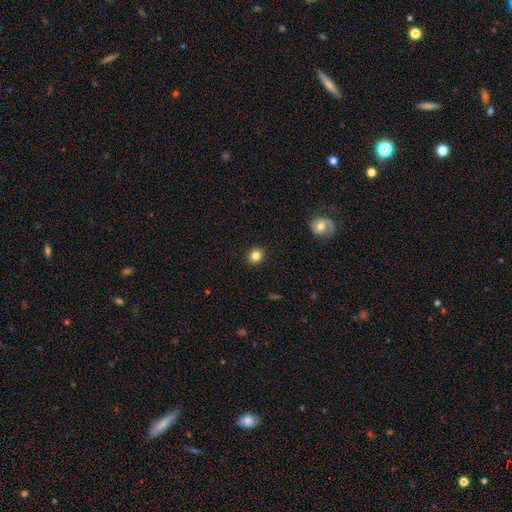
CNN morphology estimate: Smooth or featured? smooth (83%)
How rounded? round (83%)
Merging? none (92%)